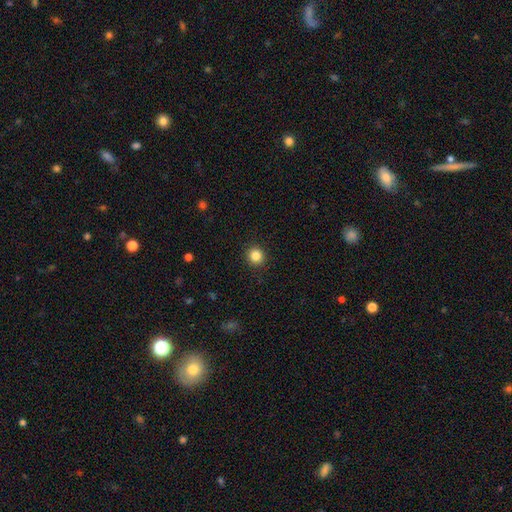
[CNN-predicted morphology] smooth 85%, star or artifact 11%, featured or disk 4%. Down the decision tree: how rounded — round (93%); merging — none (92%).